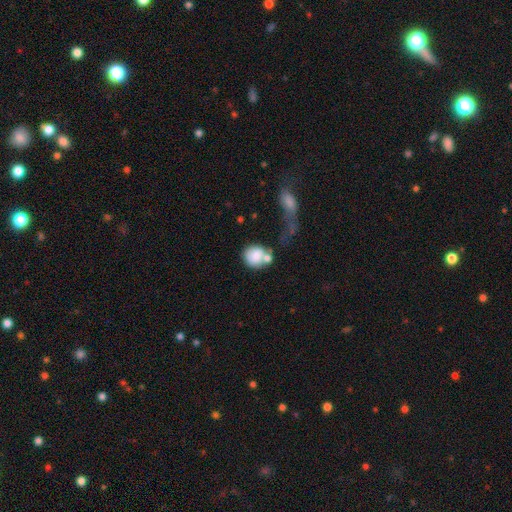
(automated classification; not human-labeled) Overall: smooth (79%). How rounded: round (76%). Merging: merger (35%; none 34%).